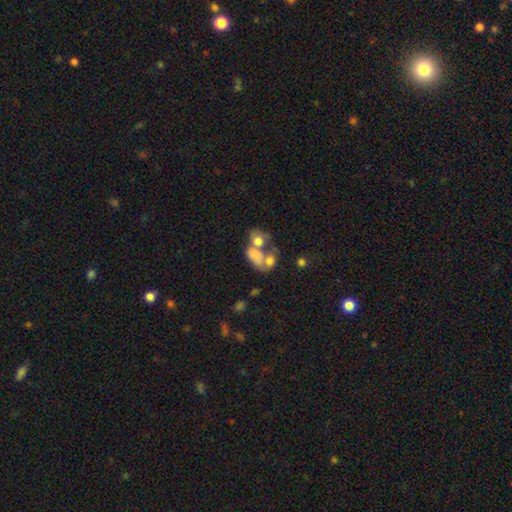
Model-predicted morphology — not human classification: smooth-or-featured: smooth: 62% | featured or disk: 26% | star or artifact: 12%
  how-rounded: in between: 78% | round: 20% | cigar-shaped: 2%
  merging: merger: 60% | none: 17% | major disturbance: 14% | minor disturbance: 9%